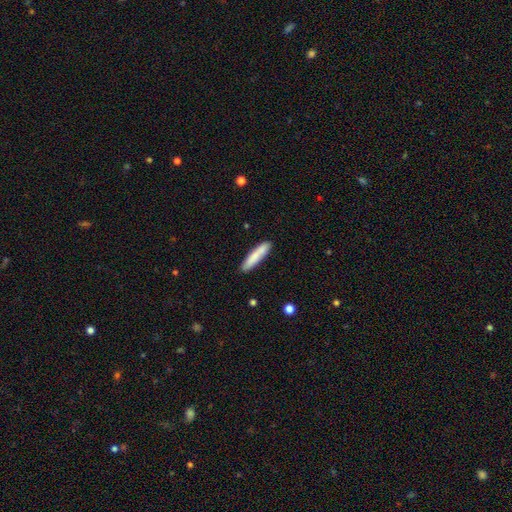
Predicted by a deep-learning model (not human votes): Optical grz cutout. It shows a smooth galaxy with no disk features (81%) that is cigar-shaped (86%). Merging: none (87%).